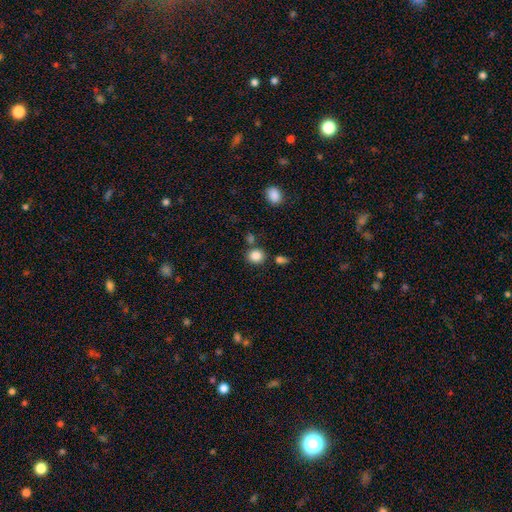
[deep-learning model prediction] A smooth galaxy with no disk features (86%) that is round (76%).

Vote fractions:
- Smooth or featured? smooth: 86% / star or artifact: 10% / featured or disk: 4%
- How rounded? round: 76% / in between: 23% / cigar-shaped: 1%
- Merging? none: 76% / minor disturbance: 10% / merger: 10% / major disturbance: 4%